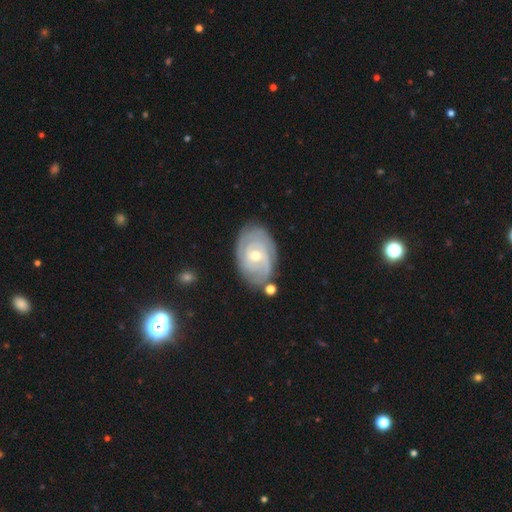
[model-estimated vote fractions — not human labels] Morphology: type=featured or disk (84%); edge-on=no (96%); bar=no (59%); spiral arms=yes (94%); winding=tight (73%); arm count=2 (31%); bulge=moderate (52%); merging=none (76%).